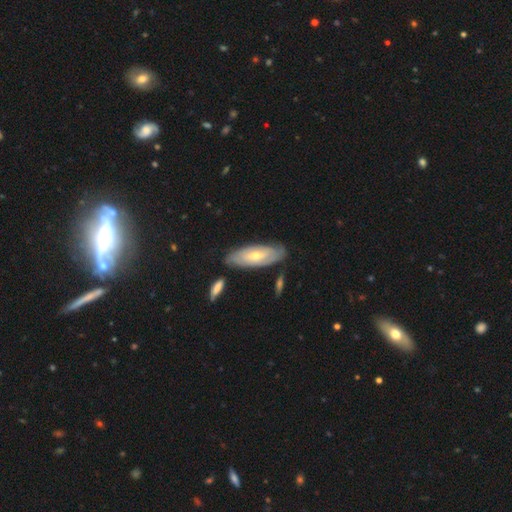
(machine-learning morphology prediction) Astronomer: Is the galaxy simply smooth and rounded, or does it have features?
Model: featured or disk — 62%.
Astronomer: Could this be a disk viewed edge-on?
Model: no — 79%.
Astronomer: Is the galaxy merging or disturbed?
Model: none — 79%.